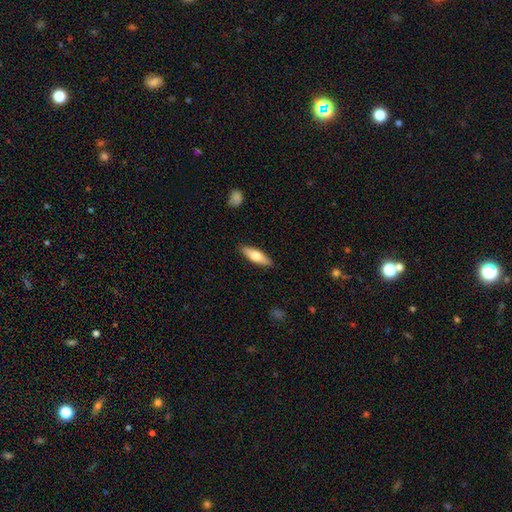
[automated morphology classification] This appears to be a smooth galaxy with no disk features (59%) that is cigar-shaped (56%). Merging: none (88%).